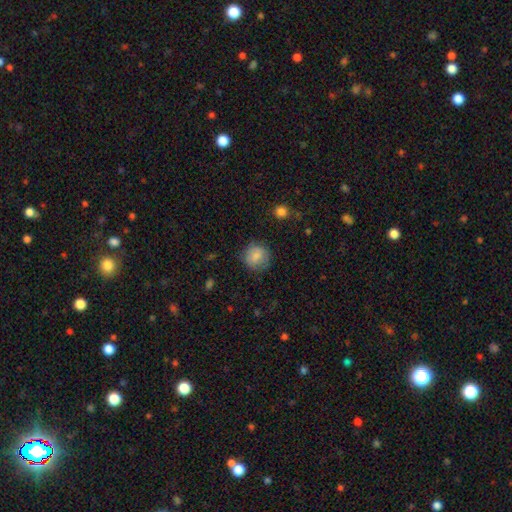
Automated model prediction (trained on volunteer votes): Smooth or featured? smooth (82%)
How rounded? round (88%)
Merging? none (78%)